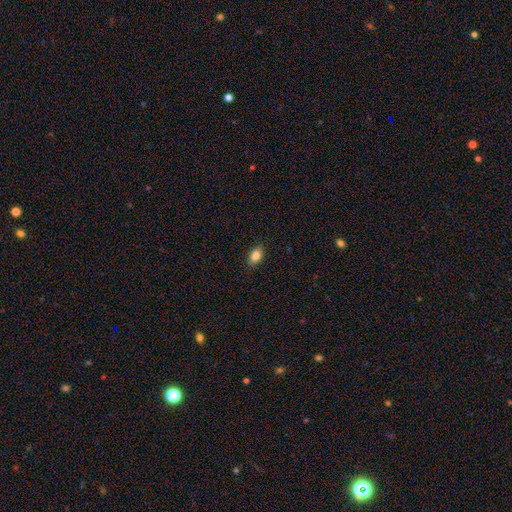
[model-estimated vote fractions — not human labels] Smooth or featured? Predicted: smooth (p=0.84). How rounded? Predicted: in between (p=0.84). Merging? Predicted: none (p=0.88).